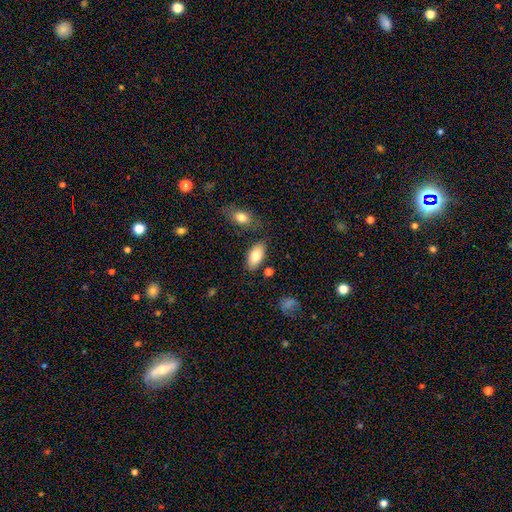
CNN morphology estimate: Smooth or featured: smooth — 79% (featured or disk — 14%)
How rounded: in between — 93% (cigar-shaped — 4%)
Merging: none — 79% (minor disturbance — 12%)